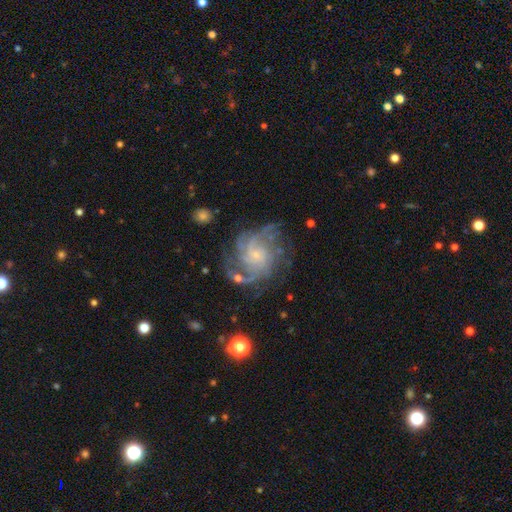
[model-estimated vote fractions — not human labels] Q: Smooth or featured?
A: featured or disk (85%); runner-up: star or artifact (8%)
Q: Edge-on disk?
A: no (98%); runner-up: yes (2%)
Q: Bar?
A: no (70%); runner-up: weak (26%)
Q: Spiral arms?
A: yes (96%); runner-up: no (4%)
Q: Spiral winding?
A: tight (43%); tied with: medium (43%)
Q: Spiral arm count?
A: can't tell (24%); runner-up: 3 (22%)
Q: Bulge size?
A: small (73%); runner-up: moderate (14%)
Q: Merging?
A: none (65%); runner-up: minor disturbance (18%)